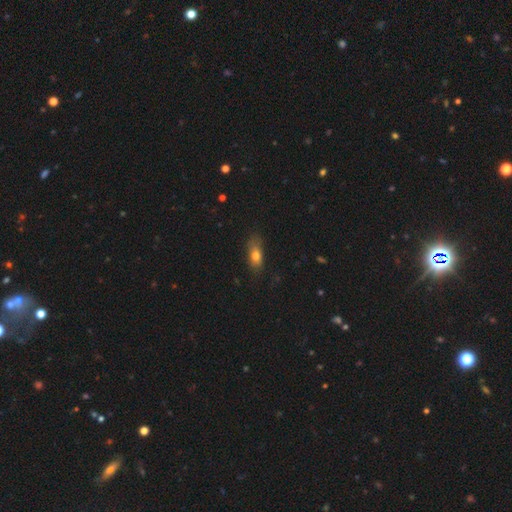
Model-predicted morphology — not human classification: Overall: smooth (74%). How rounded: in between (74%). Merging: none (69%).